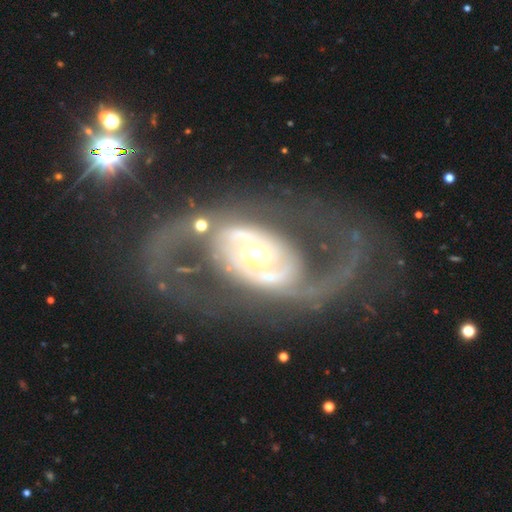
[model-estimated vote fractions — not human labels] Overall: featured or disk (88%). Edge-on disk: no (96%). Bar: no (45%; weak 29%). Spiral arms: yes (87%). Spiral arm count: 2 (89%). Spiral winding: medium (46%; loose 37%). Bulge size: moderate (57%; large 27%). Merging: none (67%).